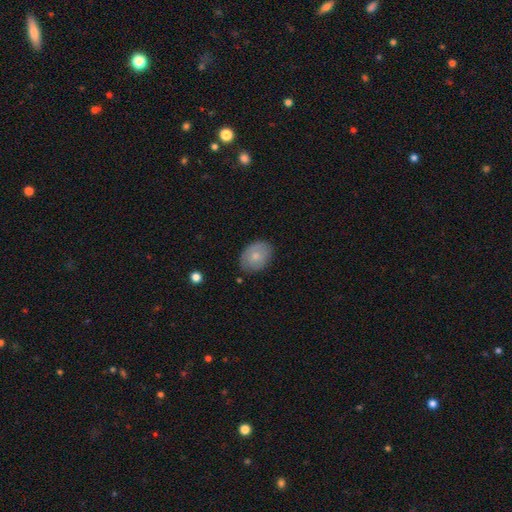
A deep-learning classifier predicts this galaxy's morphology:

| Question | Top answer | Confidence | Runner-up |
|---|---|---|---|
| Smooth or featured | smooth | 75% | featured or disk (18%) |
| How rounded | in between | 71% | round (28%) |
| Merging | none | 80% | minor disturbance (15%) |